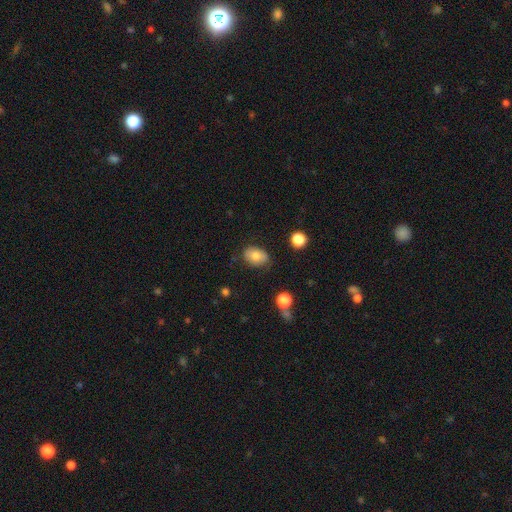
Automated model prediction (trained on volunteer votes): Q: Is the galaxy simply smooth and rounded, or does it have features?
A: smooth — 76%.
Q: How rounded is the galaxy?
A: in between — 79%.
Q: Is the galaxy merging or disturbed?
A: none — 75%.